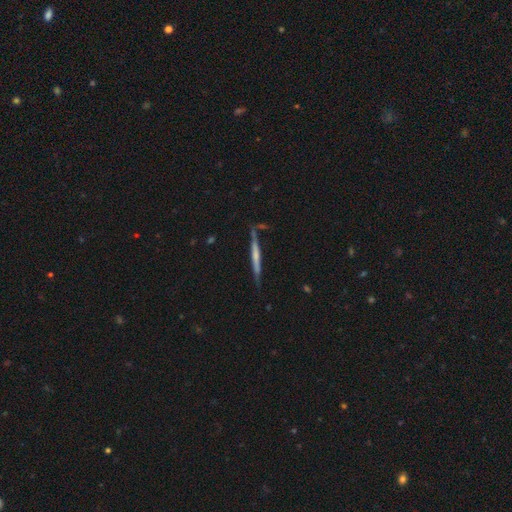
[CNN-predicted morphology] Q: Smooth or featured?
A: featured or disk (56%); runner-up: smooth (38%)
Q: Edge-on disk?
A: yes (96%); runner-up: no (4%)
Q: Edge-on bulge?
A: none (58%); runner-up: rounded (29%)
Q: Merging?
A: none (78%); runner-up: minor disturbance (15%)